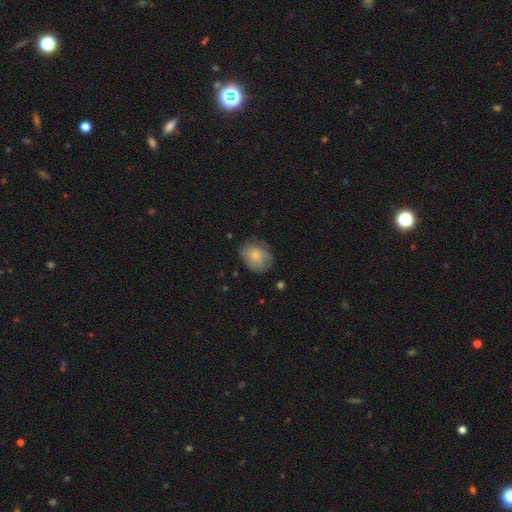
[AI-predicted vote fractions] The model was most divided on "how rounded": in between: 50%, round: 49%, cigar-shaped: 1%. More confident: smooth or featured — smooth (74%); merging — none (66%).